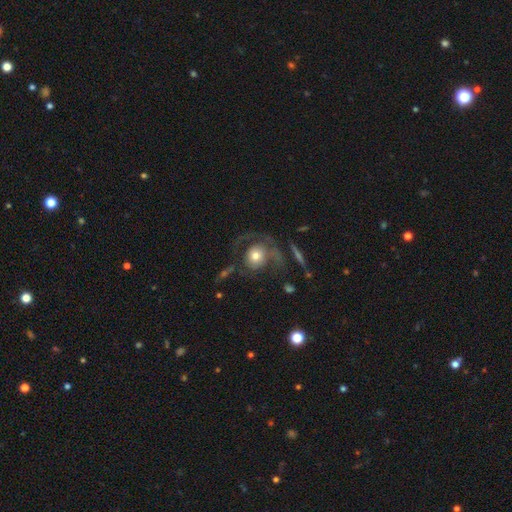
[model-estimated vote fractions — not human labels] Smooth or featured?
  - smooth: 47% *
  - featured or disk: 45%
  - star or artifact: 8%
Merging?
  - major disturbance: 40% *
  - none: 36%
  - minor disturbance: 16%
  - merger: 8%